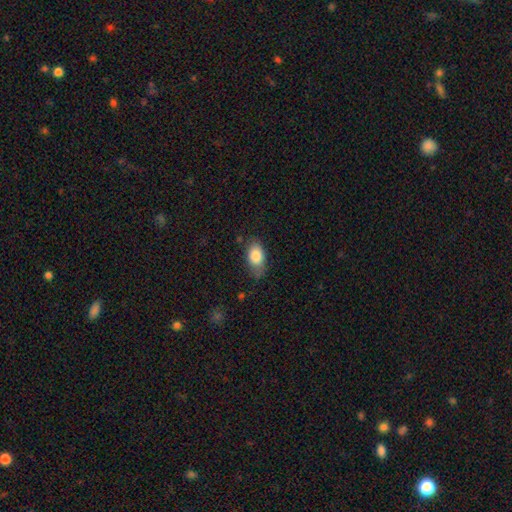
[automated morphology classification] type=smooth (83%); roundness=in between (89%); merging=none (68%).